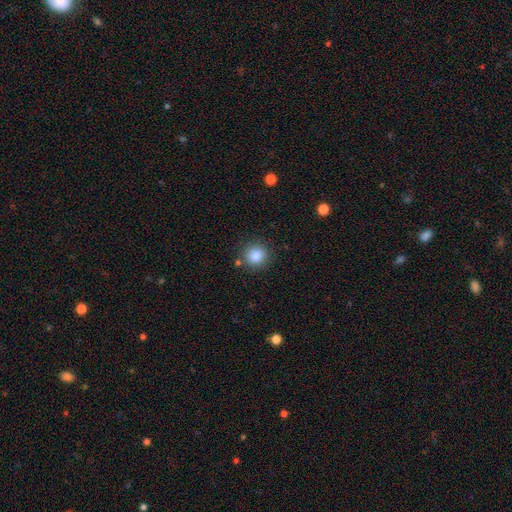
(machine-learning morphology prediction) This is clearly a smooth galaxy (85%). How rounded: clearly round (91%). Merging: clearly none (85%).